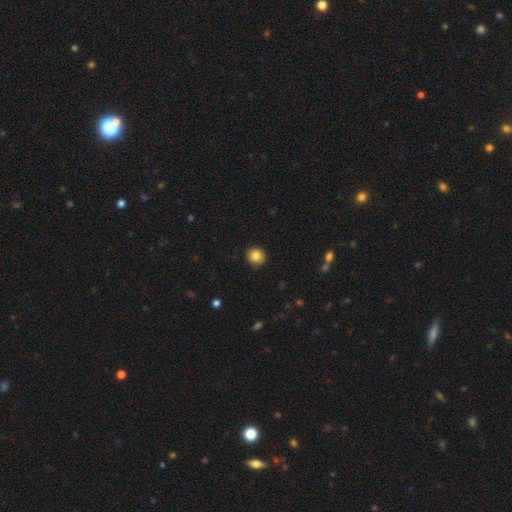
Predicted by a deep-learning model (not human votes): Smooth or featured? Predicted: smooth (p=0.84). How rounded? Predicted: round (p=0.89). Merging? Predicted: none (p=0.90).